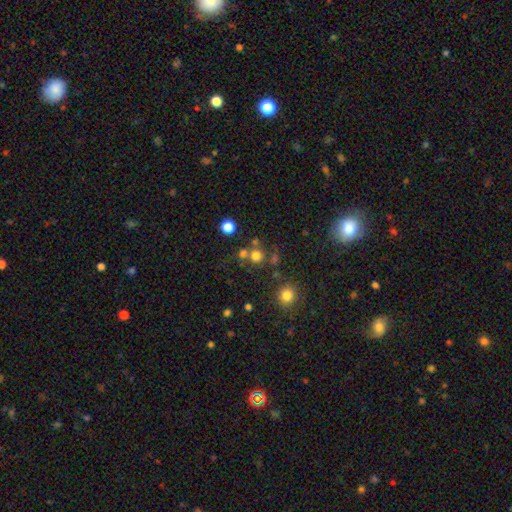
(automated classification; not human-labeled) smooth-or-featured: smooth: 72% | star or artifact: 19% | featured or disk: 9%
  how-rounded: round: 90% | in between: 9% | cigar-shaped: 1%
  merging: none: 64% | merger: 24% | minor disturbance: 8% | major disturbance: 4%